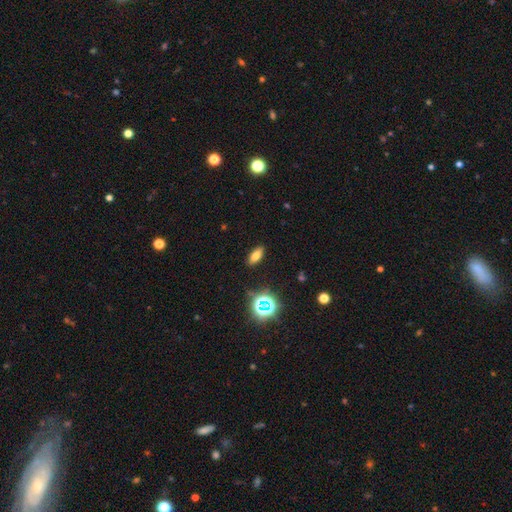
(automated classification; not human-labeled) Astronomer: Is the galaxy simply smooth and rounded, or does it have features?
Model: smooth — 68%.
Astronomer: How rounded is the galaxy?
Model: in between — 76%.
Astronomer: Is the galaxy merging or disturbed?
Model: none — 89%.